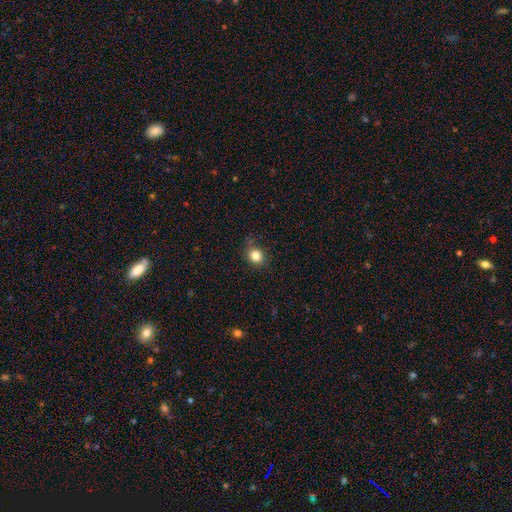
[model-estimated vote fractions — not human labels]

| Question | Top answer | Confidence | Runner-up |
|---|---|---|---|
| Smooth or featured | smooth | 83% | star or artifact (12%) |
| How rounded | round | 79% | in between (20%) |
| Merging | none | 80% | minor disturbance (15%) |